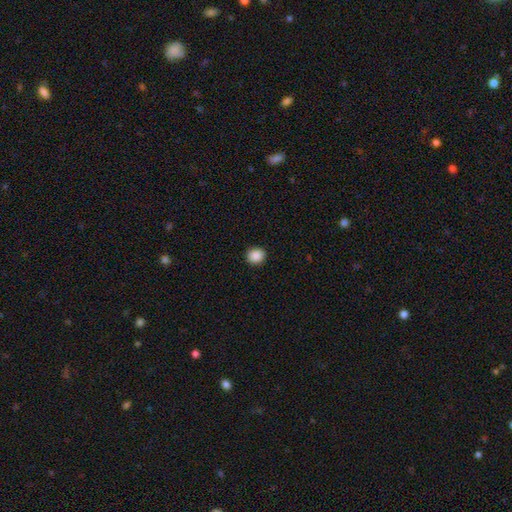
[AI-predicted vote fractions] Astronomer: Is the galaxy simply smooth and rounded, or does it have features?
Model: smooth — 89%.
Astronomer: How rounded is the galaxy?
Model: round — 83%.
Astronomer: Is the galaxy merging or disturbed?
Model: none — 92%.